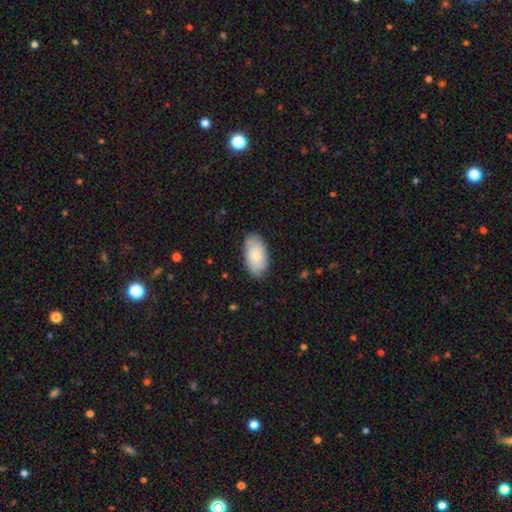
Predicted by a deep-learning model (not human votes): This is likely a smooth galaxy (72%). How rounded: clearly in between (94%). Merging: likely none (77%).